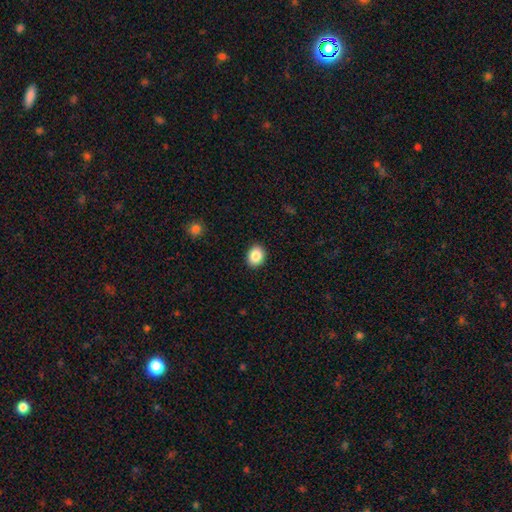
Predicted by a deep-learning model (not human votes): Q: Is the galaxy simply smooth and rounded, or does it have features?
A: smooth — 87%.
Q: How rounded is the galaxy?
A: in between — 50%.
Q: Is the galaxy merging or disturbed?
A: none — 91%.